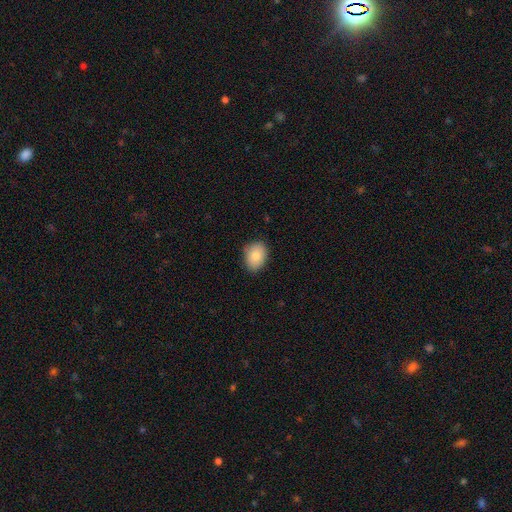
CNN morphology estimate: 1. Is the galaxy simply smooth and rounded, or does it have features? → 83% smooth, 10% featured or disk, 8% star or artifact.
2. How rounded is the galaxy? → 69% in between, 30% round, 1% cigar-shaped.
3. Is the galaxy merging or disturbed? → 81% none, 15% minor disturbance, 3% major disturbance, 1% merger.